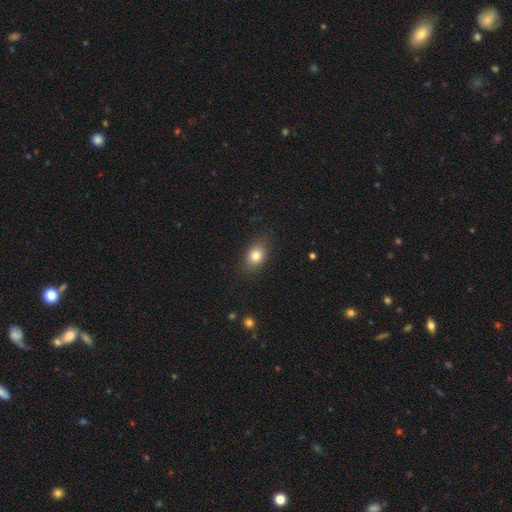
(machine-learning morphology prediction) Smooth or featured?
  - smooth: 81% *
  - featured or disk: 10%
  - star or artifact: 9%
How rounded?
  - in between: 73% *
  - round: 25%
  - cigar-shaped: 2%
Merging?
  - none: 84% *
  - minor disturbance: 12%
  - major disturbance: 3%
  - merger: 1%